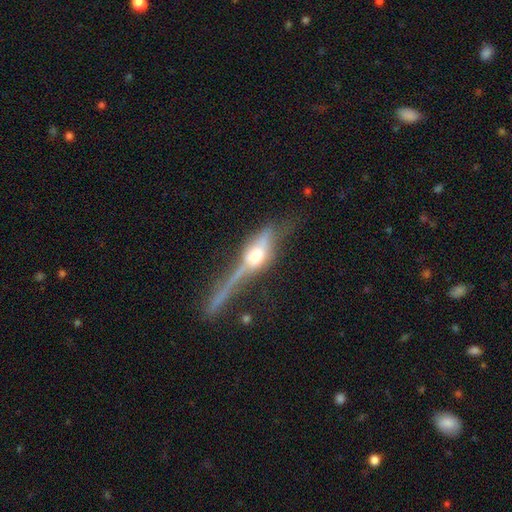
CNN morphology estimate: Smooth or featured: featured or disk — 68% (smooth — 23%)
Edge-on disk: yes — 87% (no — 13%)
Edge-on bulge: rounded — 89% (boxy — 7%)
Merging: none — 47% (minor disturbance — 22%)